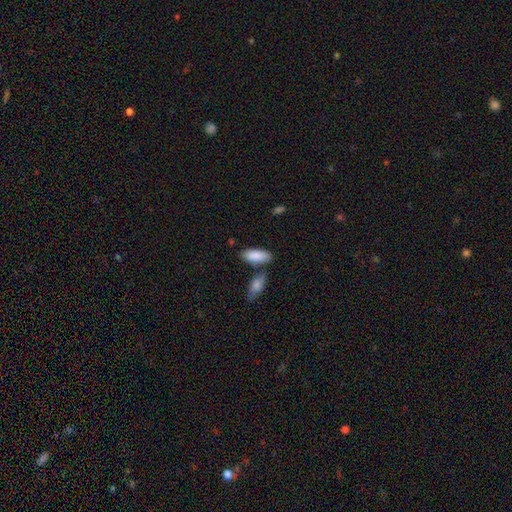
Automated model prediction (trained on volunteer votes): Smooth or featured?
  - smooth: 88% *
  - featured or disk: 7%
  - star or artifact: 6%
How rounded?
  - in between: 84% *
  - cigar-shaped: 14%
  - round: 2%
Merging?
  - none: 68% *
  - merger: 15%
  - minor disturbance: 13%
  - major disturbance: 3%